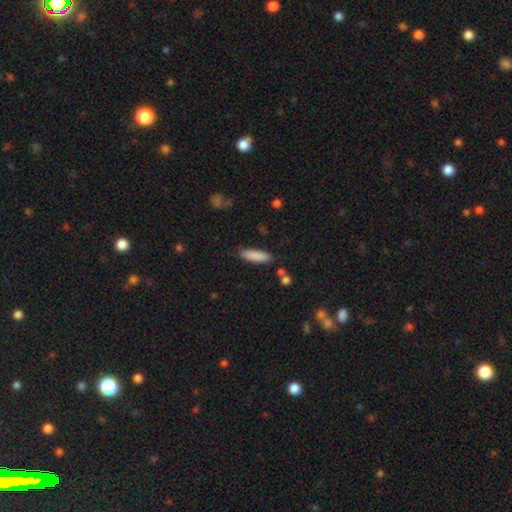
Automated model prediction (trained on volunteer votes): smooth_or_featured: smooth (p=0.86) [alt: featured or disk p=0.07]
how_rounded: cigar-shaped (p=0.69) [alt: in between p=0.30]
merging: none (p=0.85) [alt: minor disturbance p=0.10]